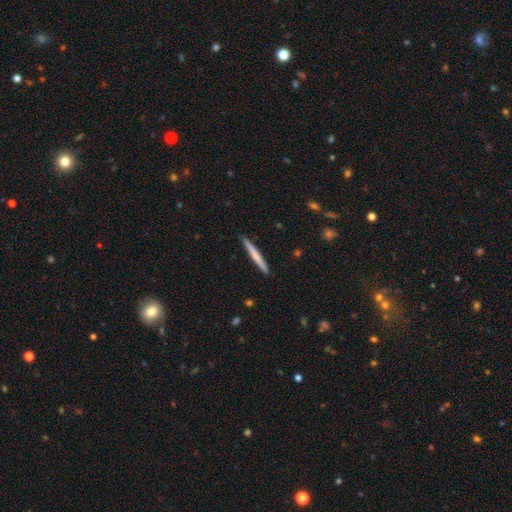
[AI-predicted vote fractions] Overall: smooth (61%; featured or disk 34%). How rounded: cigar-shaped (97%). Merging: none (91%).